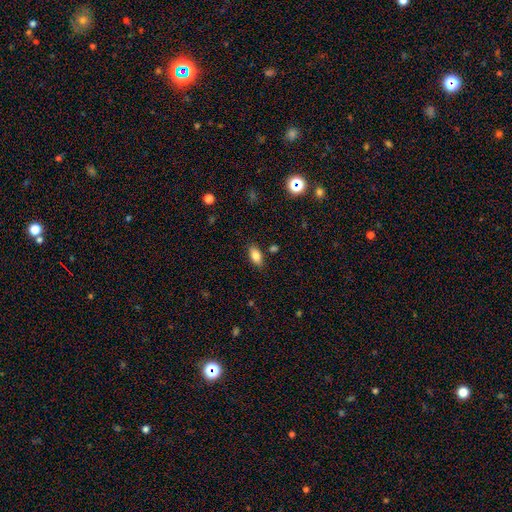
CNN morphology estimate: Smooth or featured? Predicted: smooth (p=0.83). How rounded? Predicted: in between (p=0.90). Merging? Predicted: none (p=0.84).